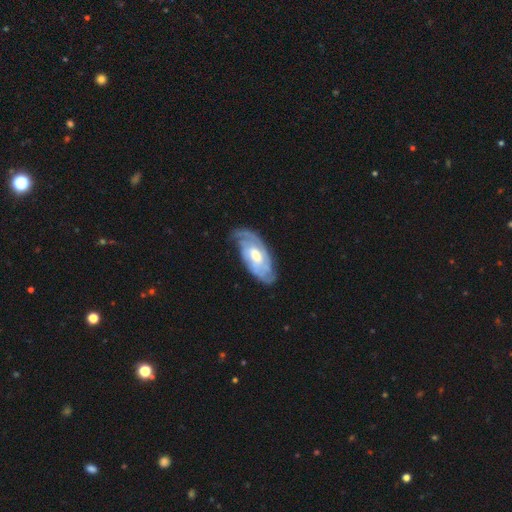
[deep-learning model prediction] Morphology: type=featured or disk (81%); edge-on=no (93%); bar=no (57%); spiral arms=yes (93%); winding=tight (62%); arm count=2 (37%); bulge=moderate (71%); merging=none (67%).